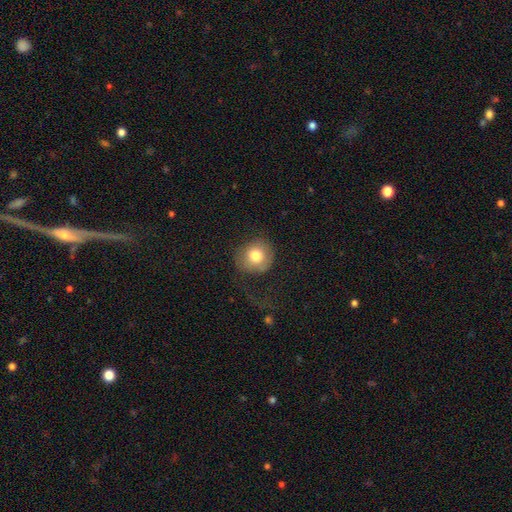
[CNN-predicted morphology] A smooth galaxy with no disk features (77%) that is round (88%). Merging: none (58%).